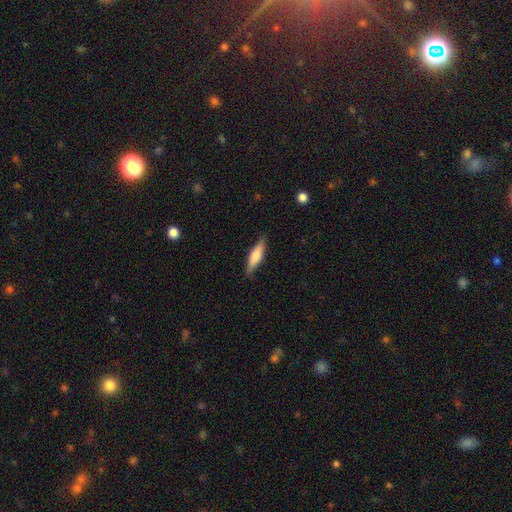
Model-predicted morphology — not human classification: smooth-or-featured: smooth: 64% | featured or disk: 30% | star or artifact: 6%
  how-rounded: cigar-shaped: 69% | in between: 30% | round: 2%
  merging: none: 85% | minor disturbance: 11% | major disturbance: 2% | merger: 1%